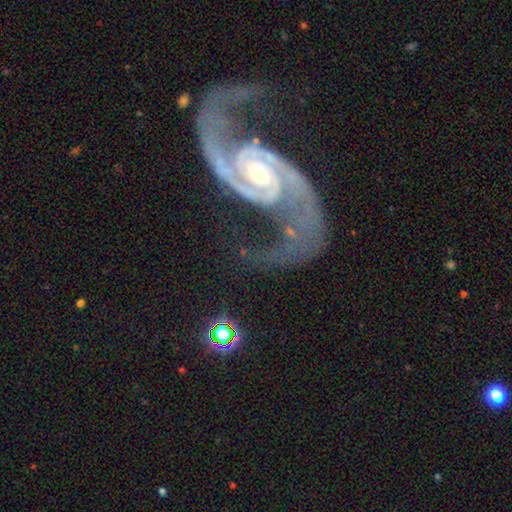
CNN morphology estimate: Q: Smooth or featured?
A: featured or disk (93%); runner-up: star or artifact (4%)
Q: Edge-on disk?
A: no (98%); runner-up: yes (2%)
Q: Bar?
A: no (41%); runner-up: weak (40%)
Q: Spiral arms?
A: yes (99%); runner-up: no (1%)
Q: Spiral winding?
A: medium (57%); runner-up: loose (25%)
Q: Spiral arm count?
A: 2 (94%); runner-up: can't tell (1%)
Q: Bulge size?
A: small (46%); runner-up: moderate (42%)
Q: Merging?
A: none (68%); runner-up: minor disturbance (16%)